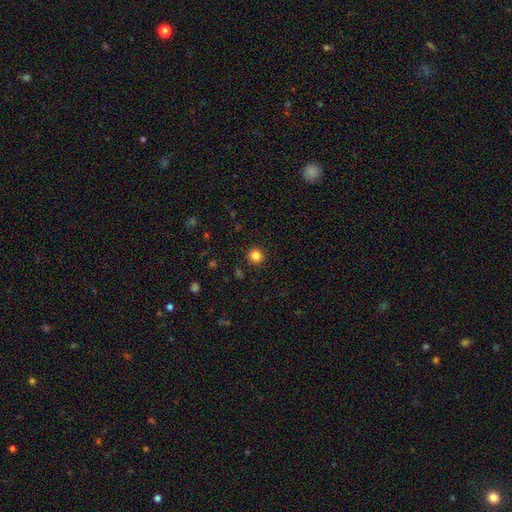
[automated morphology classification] smooth 84%, star or artifact 12%, featured or disk 4%. Down the decision tree: how rounded — round (93%); merging — none (92%).